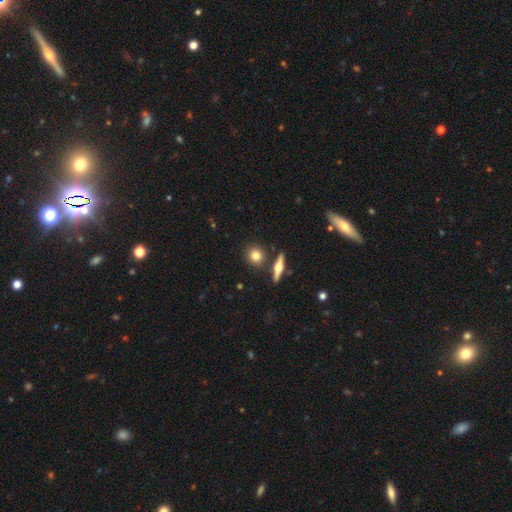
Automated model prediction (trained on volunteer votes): Q: Smooth or featured?
A: smooth (76%); runner-up: featured or disk (16%)
Q: How rounded?
A: round (83%); runner-up: in between (13%)
Q: Merging?
A: none (83%); runner-up: minor disturbance (7%)